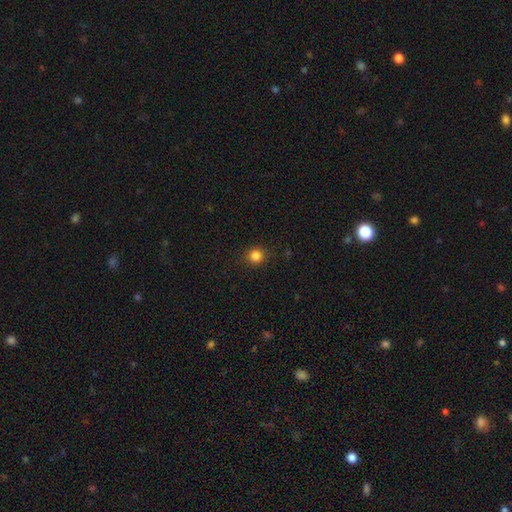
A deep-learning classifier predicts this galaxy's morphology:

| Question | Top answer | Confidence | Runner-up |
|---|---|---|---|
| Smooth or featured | smooth | 84% | star or artifact (12%) |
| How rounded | round | 91% | in between (8%) |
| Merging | none | 90% | minor disturbance (7%) |